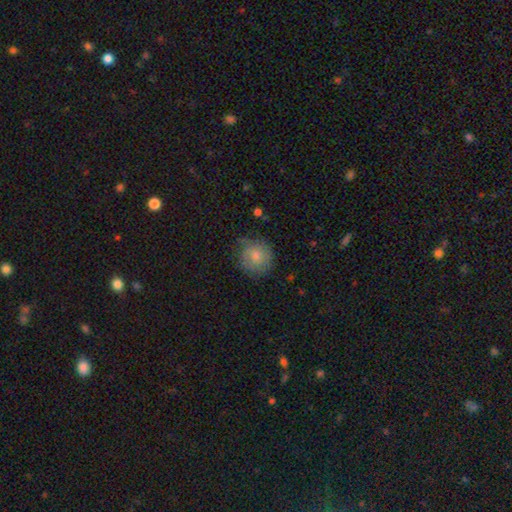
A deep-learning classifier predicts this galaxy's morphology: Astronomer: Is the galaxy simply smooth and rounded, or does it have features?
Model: smooth — 64%.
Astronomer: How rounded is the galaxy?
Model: round — 90%.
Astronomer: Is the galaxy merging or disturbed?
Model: none — 71%.